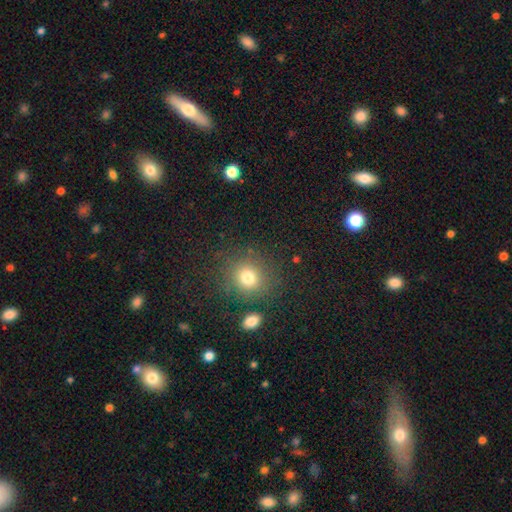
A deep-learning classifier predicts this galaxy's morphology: Smooth or featured: smooth — 62% (star or artifact — 29%)
How rounded: round — 92% (in between — 6%)
Merging: none — 88% (minor disturbance — 7%)